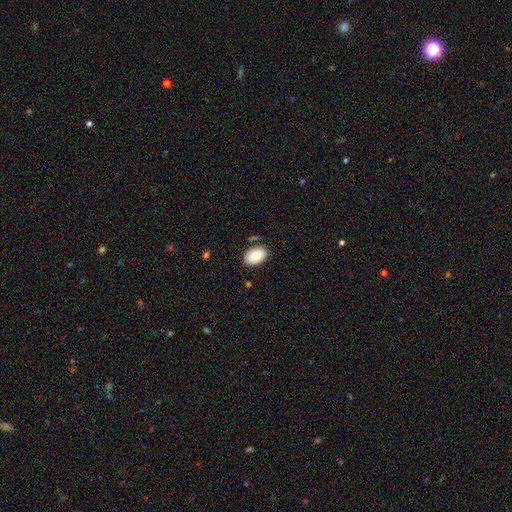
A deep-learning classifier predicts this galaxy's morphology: The model was most divided on "merging": none: 80%, minor disturbance: 13%, merger: 4%, major disturbance: 3%. More confident: how rounded — in between (90%); smooth or featured — smooth (87%).